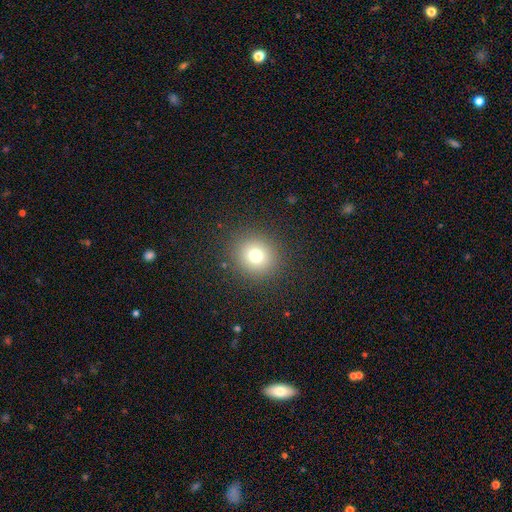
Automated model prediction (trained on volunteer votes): Morphology: type=smooth (75%); roundness=round (89%); merging=none (90%).